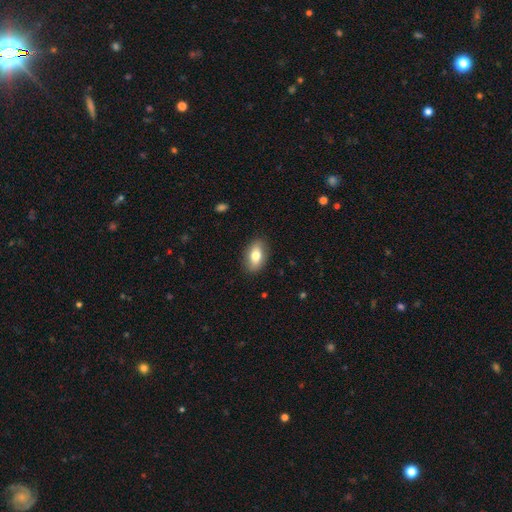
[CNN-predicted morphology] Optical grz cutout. It shows a smooth galaxy with no disk features (73%) that is in between round and cigar-shaped (88%). Merging: none (87%).